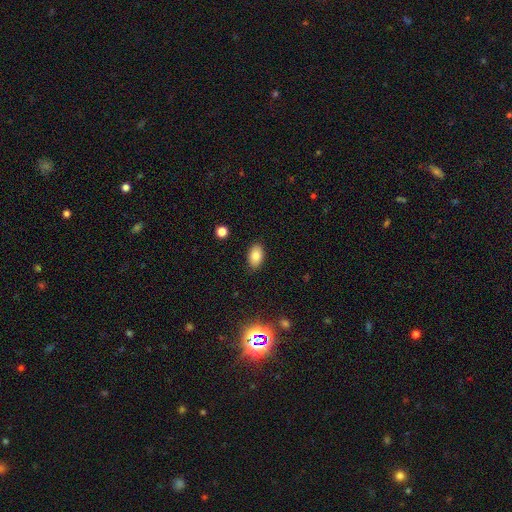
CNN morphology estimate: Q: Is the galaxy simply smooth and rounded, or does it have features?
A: smooth — 84%.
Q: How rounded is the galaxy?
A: in between — 91%.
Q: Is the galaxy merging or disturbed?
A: none — 87%.